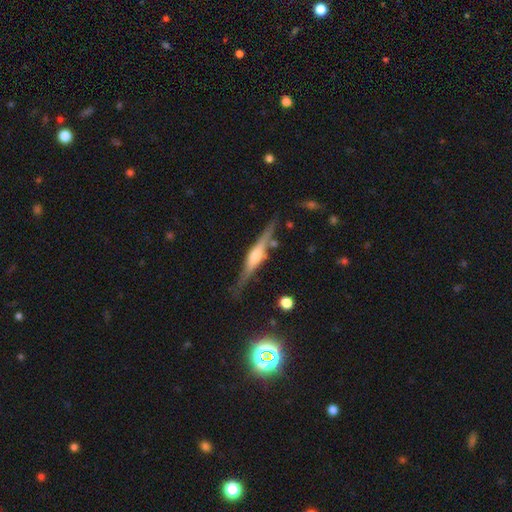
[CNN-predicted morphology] type=featured or disk (72%); edge-on=yes (97%); edge-on bulge=rounded (73%); merging=none (79%).